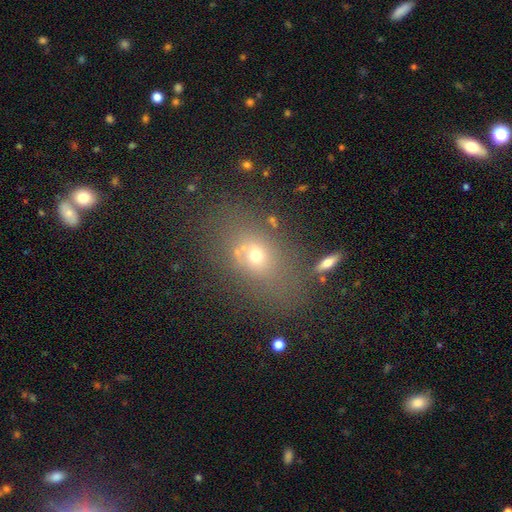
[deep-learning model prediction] smooth 59%, star or artifact 21%, featured or disk 20%. Down the decision tree: how rounded — in between (64%); merging — none (64%).